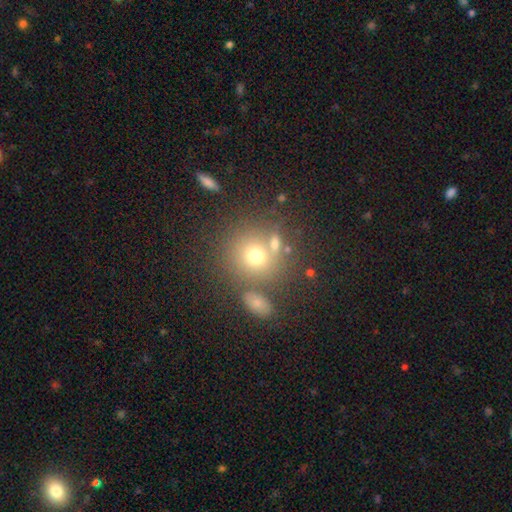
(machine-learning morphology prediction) A smooth galaxy with no disk features (68%) that is round (86%).

Vote fractions:
- Smooth or featured? smooth: 68% / star or artifact: 16% / featured or disk: 15%
- How rounded? round: 86% / in between: 13% / cigar-shaped: 1%
- Merging? none: 63% / merger: 20% / minor disturbance: 11% / major disturbance: 5%